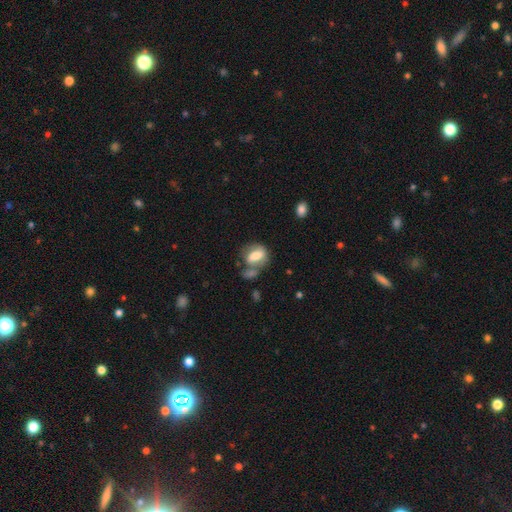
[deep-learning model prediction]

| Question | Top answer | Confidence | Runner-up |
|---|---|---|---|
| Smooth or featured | smooth | 63% | featured or disk (29%) |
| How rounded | in between | 76% | round (20%) |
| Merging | none | 38% | merger (28%) |